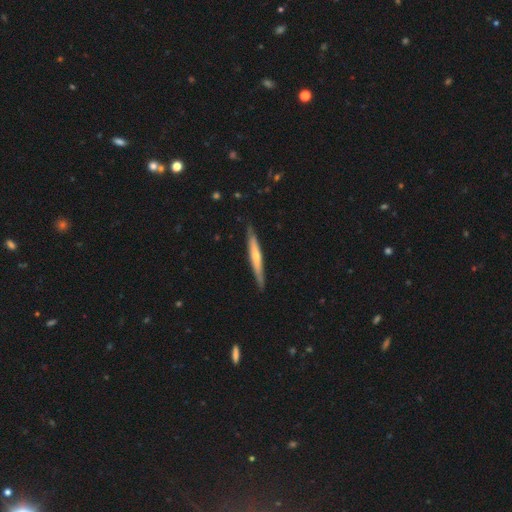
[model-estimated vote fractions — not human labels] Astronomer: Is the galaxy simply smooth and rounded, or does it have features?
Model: featured or disk — 52% (runner-up: smooth, 43%).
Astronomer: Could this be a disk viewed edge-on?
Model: yes — 94%.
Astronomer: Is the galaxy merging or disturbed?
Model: none — 86%.